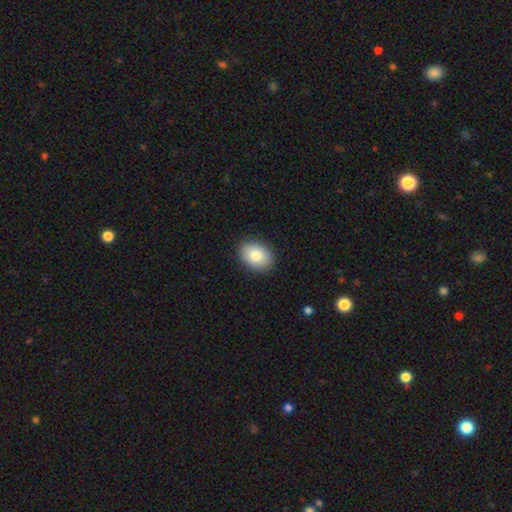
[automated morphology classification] smooth 82%, featured or disk 10%, star or artifact 8%. Down the decision tree: how rounded — in between (73%); merging — none (89%).